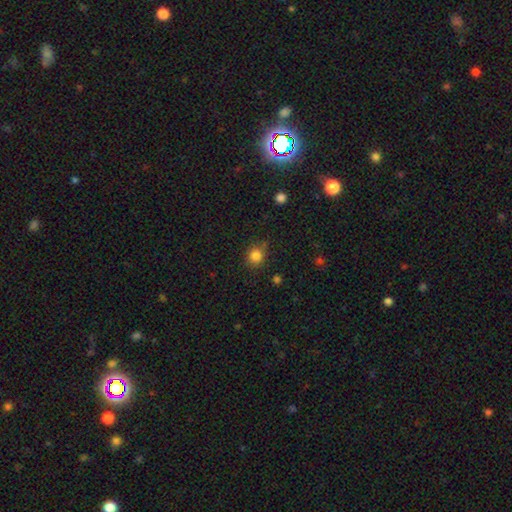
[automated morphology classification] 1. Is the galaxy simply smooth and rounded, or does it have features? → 84% smooth, 12% star or artifact, 4% featured or disk.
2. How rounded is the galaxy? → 86% round, 13% in between, 1% cigar-shaped.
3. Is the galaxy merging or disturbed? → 78% none, 15% minor disturbance, 4% major disturbance, 3% merger.